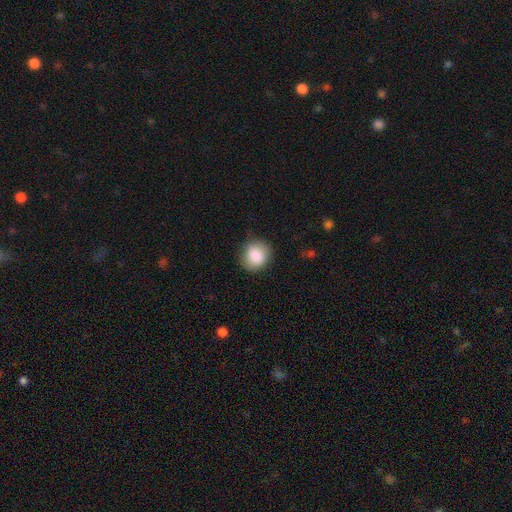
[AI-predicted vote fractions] Q: Smooth or featured?
A: smooth (86%); runner-up: star or artifact (7%)
Q: How rounded?
A: round (79%); runner-up: in between (20%)
Q: Merging?
A: none (82%); runner-up: minor disturbance (13%)